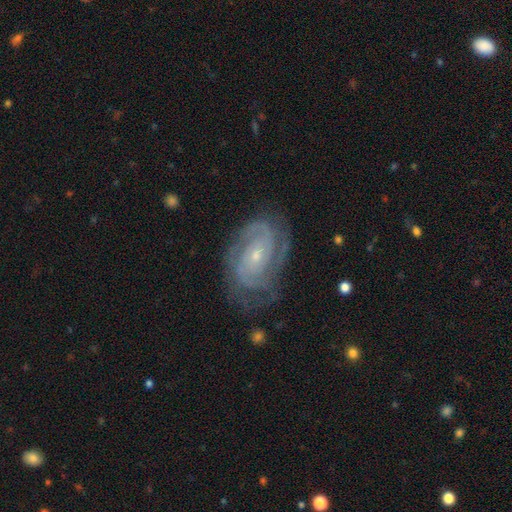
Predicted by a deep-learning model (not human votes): This is clearly a featured or disk galaxy (88%). It is clearly not viewed edge-on (97%). Bar: likely no (65%). Spiral arm pattern: clearly yes (97%). Spiral arm count: possibly 2 (45%). Spiral winding: likely tight (67%). Central bulge: likely small (75%). Merging: likely none (72%).